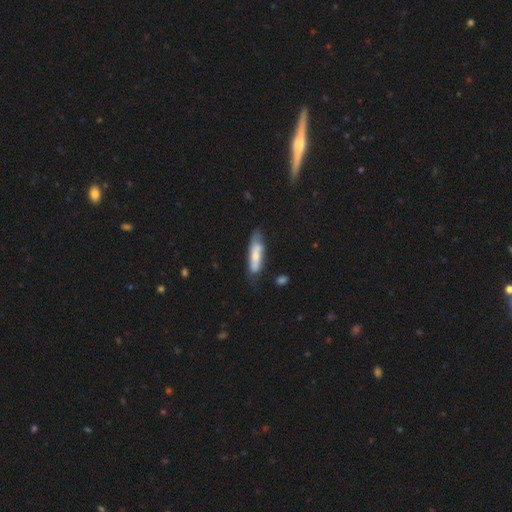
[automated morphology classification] type=smooth (61%); roundness=cigar-shaped (60%); merging=none (60%).